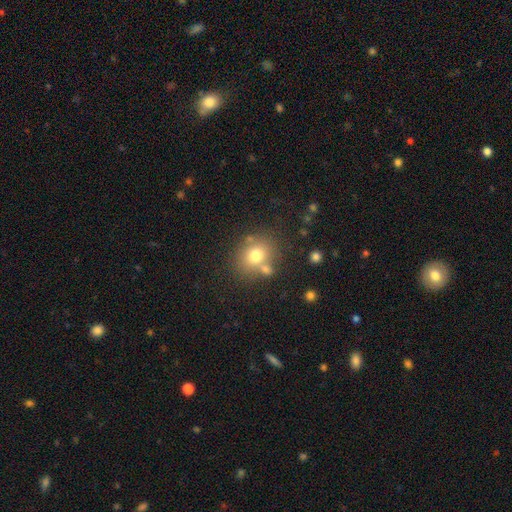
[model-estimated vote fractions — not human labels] smooth 73%, featured or disk 14%, star or artifact 13%. Down the decision tree: how rounded — round (62%); merging — none (64%).